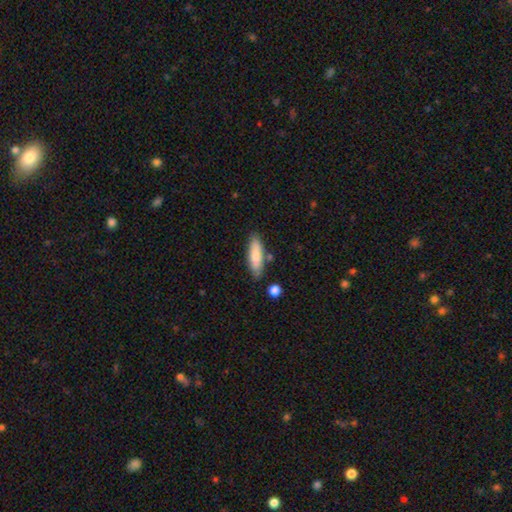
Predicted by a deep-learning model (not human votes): This is likely a smooth galaxy (79%). How rounded: possibly cigar-shaped (54%). Merging: likely none (78%).